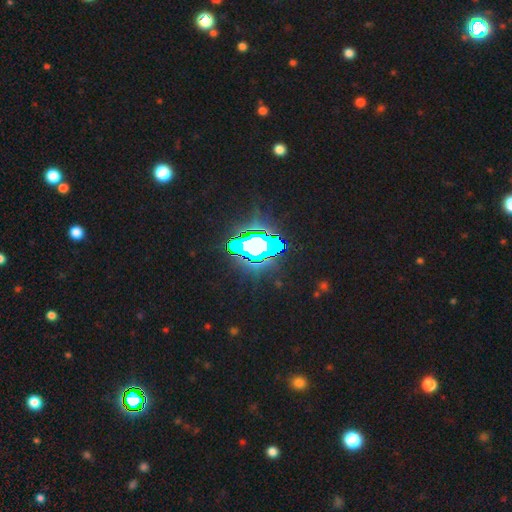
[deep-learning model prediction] Smooth or featured? Predicted: star or artifact (p=0.64).